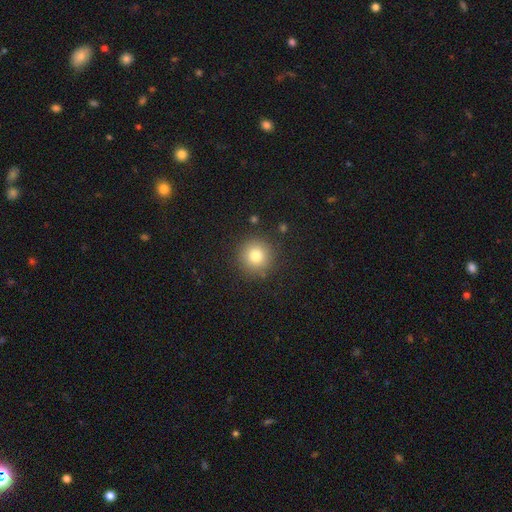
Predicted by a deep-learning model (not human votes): Smooth or featured: smooth — 79% (star or artifact — 12%)
How rounded: round — 94% (in between — 5%)
Merging: none — 88% (minor disturbance — 7%)